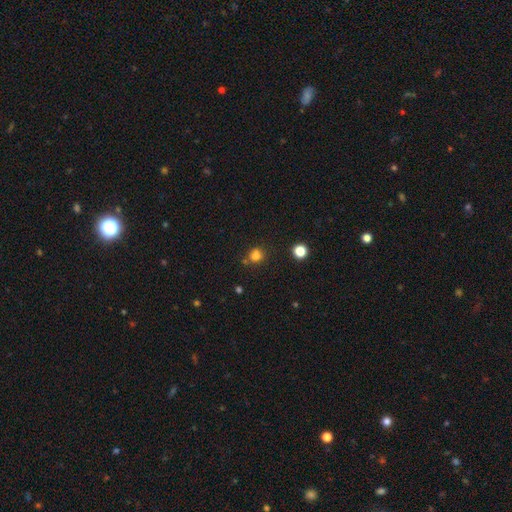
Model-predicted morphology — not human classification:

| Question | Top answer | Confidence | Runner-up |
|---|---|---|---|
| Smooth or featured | smooth | 76% | star or artifact (16%) |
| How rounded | round | 80% | in between (19%) |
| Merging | none | 63% | merger (19%) |